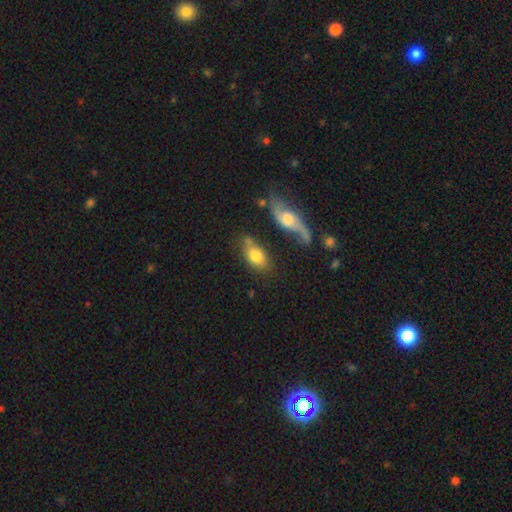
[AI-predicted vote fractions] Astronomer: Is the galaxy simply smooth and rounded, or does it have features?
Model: smooth — 70%.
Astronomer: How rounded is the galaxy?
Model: in between — 84%.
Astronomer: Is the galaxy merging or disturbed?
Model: none — 53%.